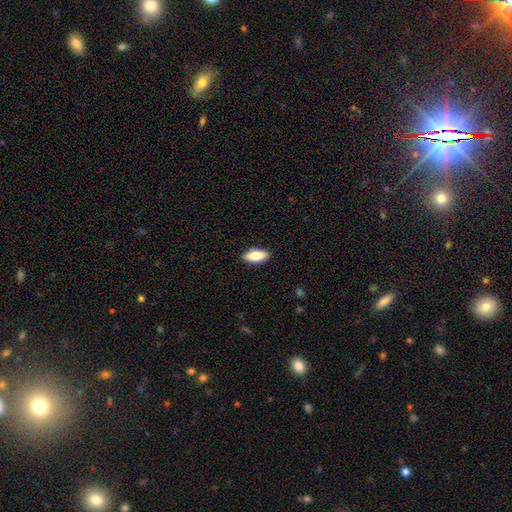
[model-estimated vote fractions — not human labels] Morphology: type=smooth (80%); roundness=in between (82%); merging=none (90%).